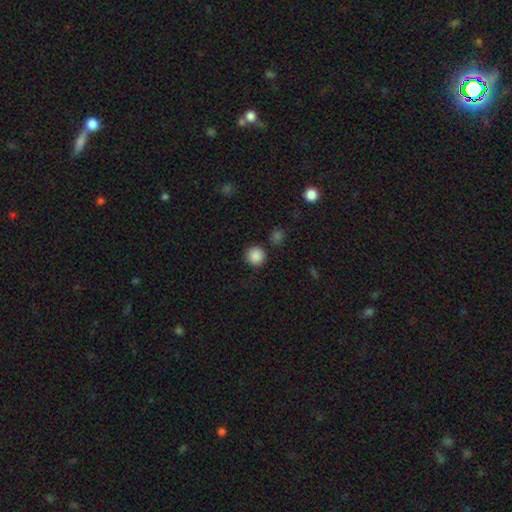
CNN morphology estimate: Smooth or featured: smooth — 87% (star or artifact — 10%)
How rounded: round — 94% (in between — 5%)
Merging: none — 87% (minor disturbance — 7%)